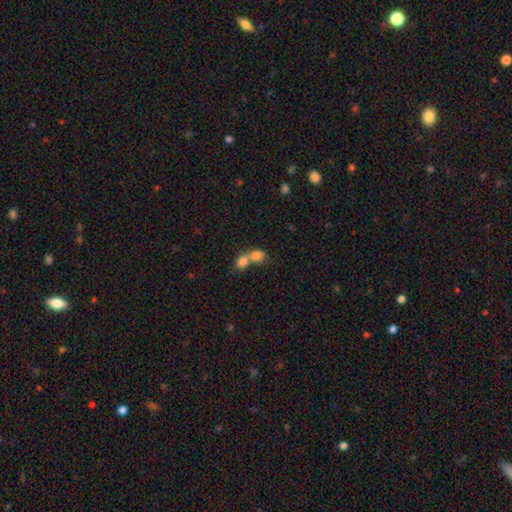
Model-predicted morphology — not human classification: A smooth galaxy with no disk features (78%) that is in between round and cigar-shaped (63%).

Vote fractions:
- Smooth or featured? smooth: 78% / featured or disk: 13% / star or artifact: 10%
- How rounded? in between: 63% / round: 35% / cigar-shaped: 2%
- Merging? merger: 76% / none: 16% / minor disturbance: 5% / major disturbance: 3%